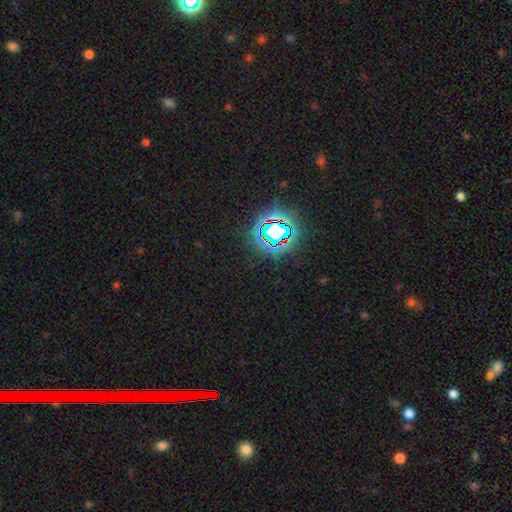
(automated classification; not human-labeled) Smooth or featured? Predicted: star or artifact (p=0.79).